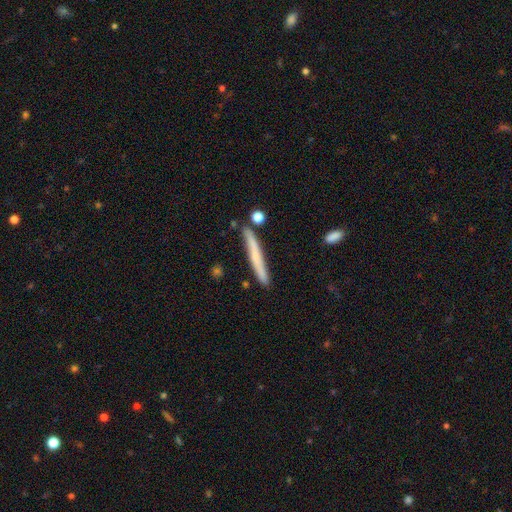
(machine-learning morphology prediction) A smooth galaxy with no disk features (54%) that is cigar-shaped (96%). Merging: none (81%).